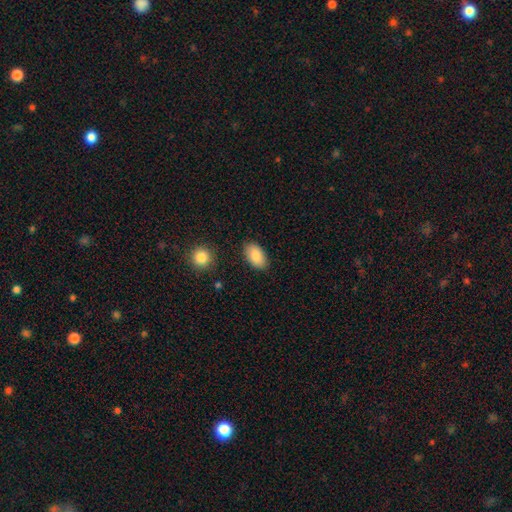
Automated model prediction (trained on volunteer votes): This appears to be a smooth galaxy with no disk features (87%) that is in between round and cigar-shaped (93%). Merging: none (86%).